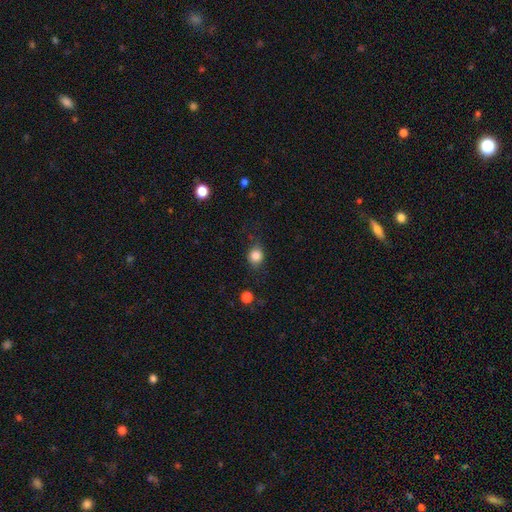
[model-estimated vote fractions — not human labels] A smooth galaxy with no disk features (83%) that is round (70%).

Vote fractions:
- Smooth or featured? smooth: 83% / star or artifact: 11% / featured or disk: 6%
- How rounded? round: 70% / in between: 29% / cigar-shaped: 1%
- Merging? none: 77% / minor disturbance: 16% / major disturbance: 5% / merger: 2%